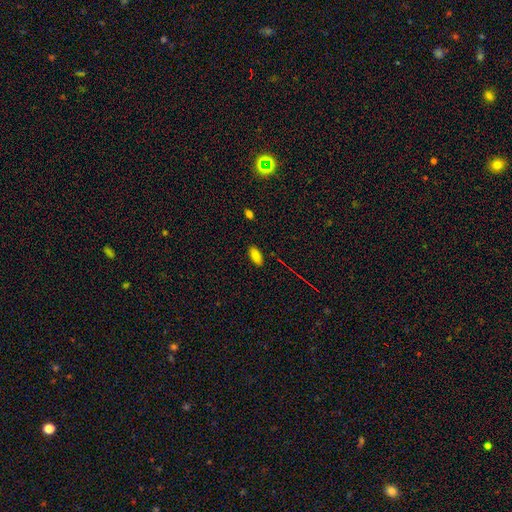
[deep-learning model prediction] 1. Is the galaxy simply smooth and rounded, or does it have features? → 81% smooth, 12% star or artifact, 7% featured or disk.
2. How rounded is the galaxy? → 89% in between, 8% cigar-shaped, 2% round.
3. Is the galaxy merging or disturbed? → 86% none, 10% minor disturbance, 2% major disturbance, 1% merger.